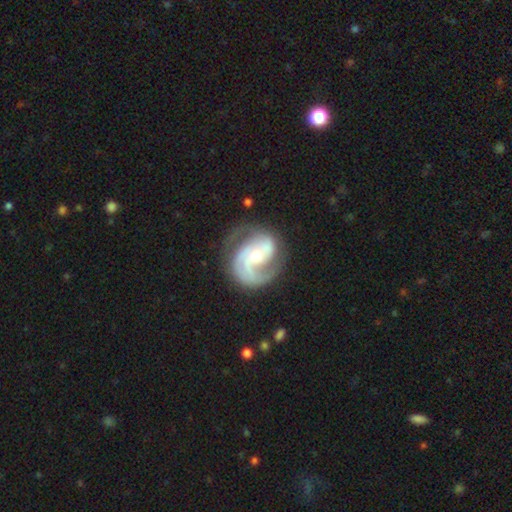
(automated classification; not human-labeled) Smooth or featured: featured or disk — 88% (smooth — 7%)
Edge-on disk: no — 98% (yes — 2%)
Bar: no — 51% (weak — 34%)
Spiral arms: yes — 97% (no — 3%)
Spiral winding: medium — 48% (tight — 35%)
Spiral arm count: 2 — 71% (1 — 9%)
Bulge size: moderate — 52% (small — 43%)
Merging: none — 65% (minor disturbance — 20%)